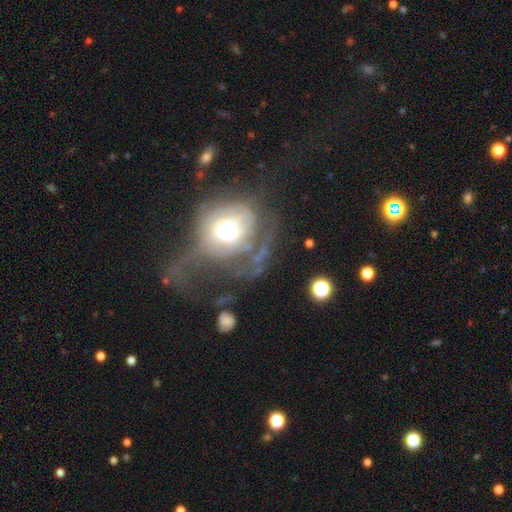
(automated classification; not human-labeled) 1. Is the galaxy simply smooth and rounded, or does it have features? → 52% featured or disk, 33% smooth, 15% star or artifact.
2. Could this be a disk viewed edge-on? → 94% no, 6% yes.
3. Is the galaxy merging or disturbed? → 53% major disturbance, 23% none, 18% minor disturbance, 6% merger.